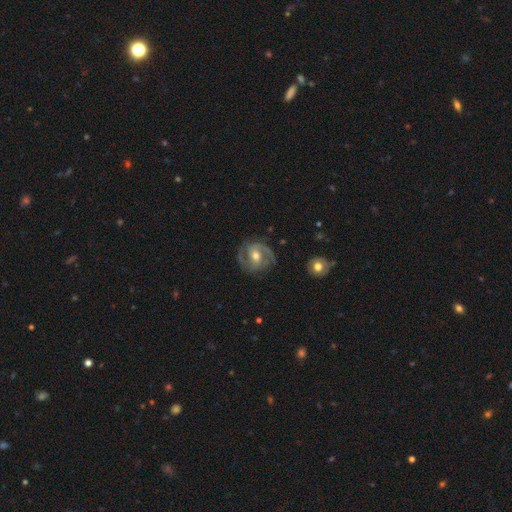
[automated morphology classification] Q: Smooth or featured?
A: featured or disk (88%); runner-up: smooth (7%)
Q: Edge-on disk?
A: no (98%); runner-up: yes (2%)
Q: Bar?
A: weak (43%); runner-up: no (36%)
Q: Spiral arms?
A: yes (97%); runner-up: no (3%)
Q: Spiral winding?
A: medium (52%); runner-up: tight (38%)
Q: Spiral arm count?
A: 2 (82%); runner-up: 3 (9%)
Q: Bulge size?
A: moderate (71%); runner-up: small (23%)
Q: Merging?
A: none (80%); runner-up: minor disturbance (14%)